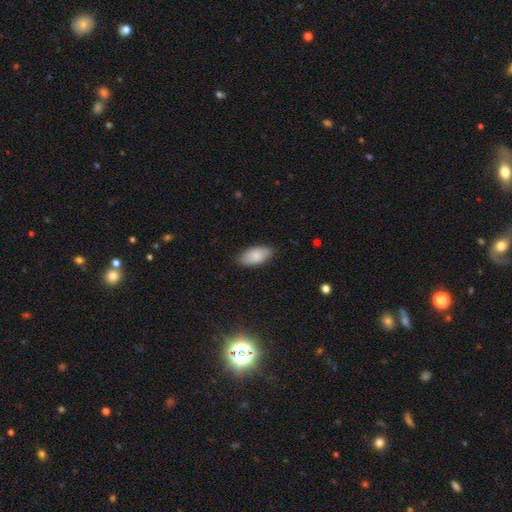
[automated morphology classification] type=smooth (85%); roundness=in between (93%); merging=none (83%).